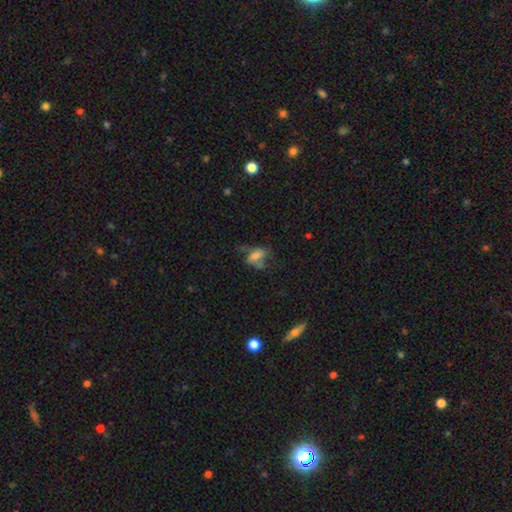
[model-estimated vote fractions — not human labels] Smooth or featured: smooth — 47% (featured or disk — 40%)
Merging: major disturbance — 37% (none — 35%)